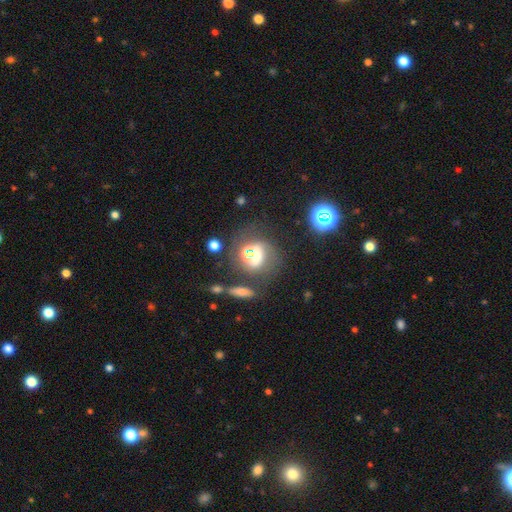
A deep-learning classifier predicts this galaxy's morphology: type=smooth (41%); merging=none (45%).